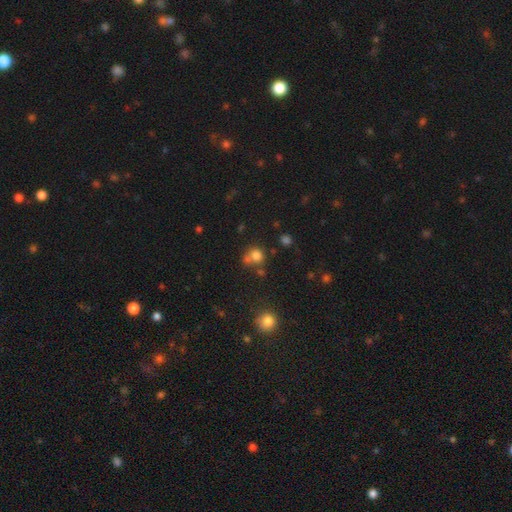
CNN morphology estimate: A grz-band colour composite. It shows a smooth galaxy with no disk features (76%) that is round (82%). Merging: none (52%).